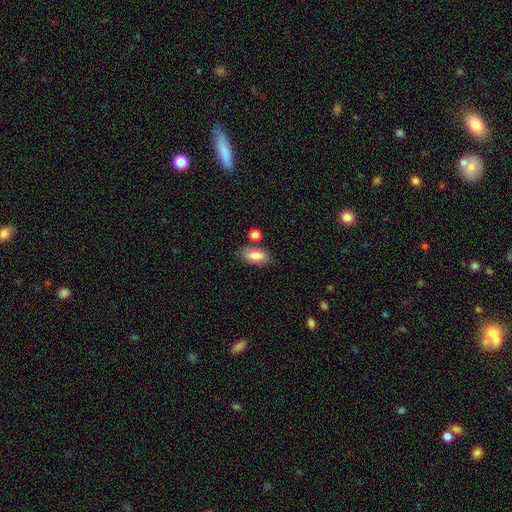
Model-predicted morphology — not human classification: Smooth or featured? Predicted: smooth (p=0.80). How rounded? Predicted: in between (p=0.88). Merging? Predicted: none (p=0.70).